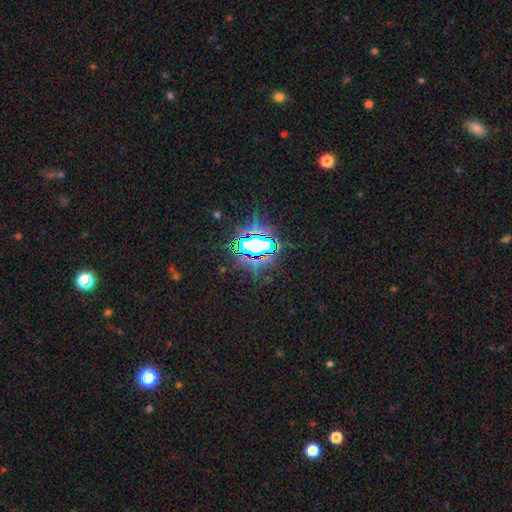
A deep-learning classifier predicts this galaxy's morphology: A star or artifact, not a galaxy (81%).